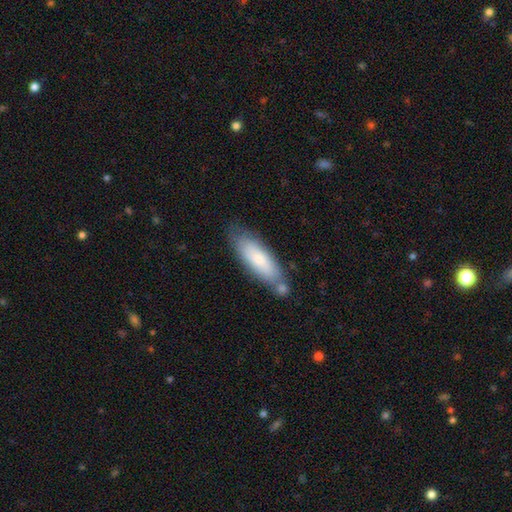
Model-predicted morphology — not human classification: Smooth or featured? smooth (70%)
How rounded? in between (52%)
Merging? none (75%)